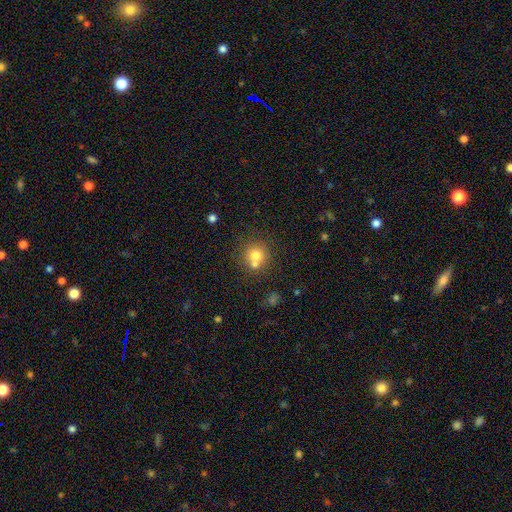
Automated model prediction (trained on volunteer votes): Overall: smooth (73%). How rounded: round (88%). Merging: none (54%; merger 33%).